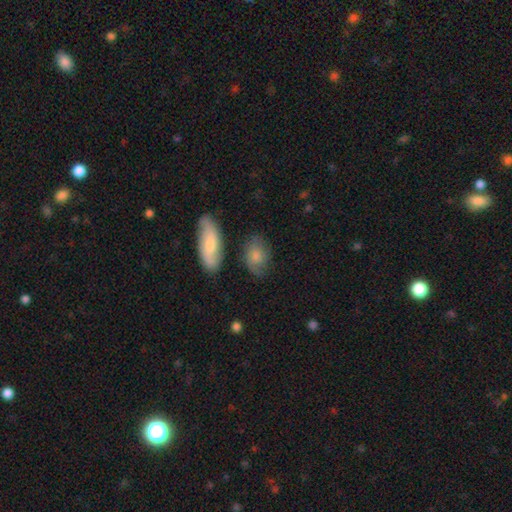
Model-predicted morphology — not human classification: type=smooth (71%); roundness=in between (79%); merging=none (65%).